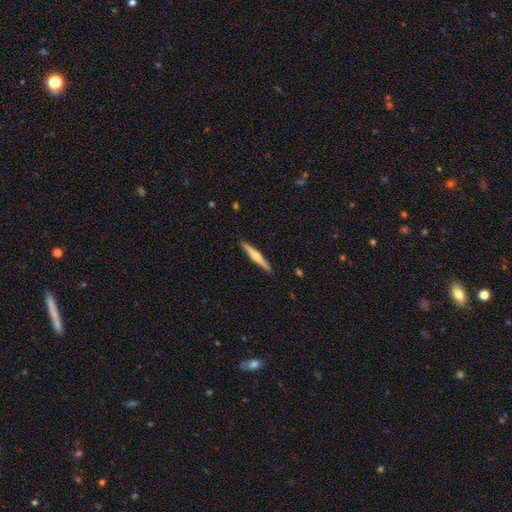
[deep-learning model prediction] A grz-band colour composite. It shows a featured or disk galaxy (65%) viewed edge-on (98%) with a rounded central bulge (89%). Merging: none (91%).